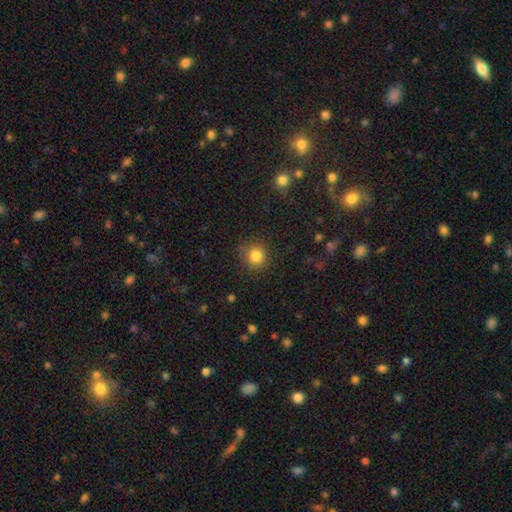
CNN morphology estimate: A smooth galaxy with no disk features (83%) that is round (89%). Merging: none (87%).